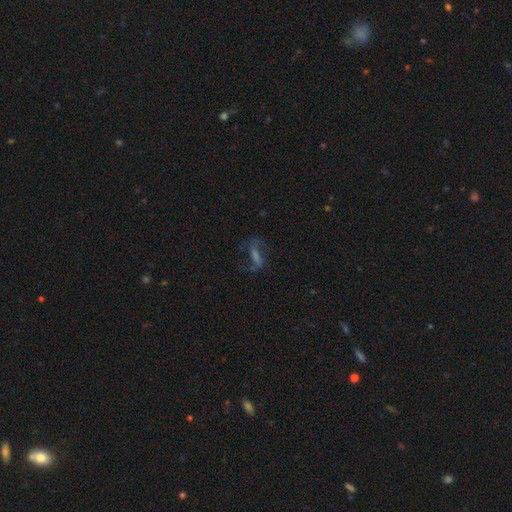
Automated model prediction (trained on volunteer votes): Q: Smooth or featured?
A: featured or disk (62%); runner-up: smooth (19%)
Q: Edge-on disk?
A: no (88%); runner-up: yes (12%)
Q: Bar?
A: strong (43%); runner-up: weak (37%)
Q: Spiral arms?
A: yes (85%); runner-up: no (15%)
Q: Bulge size?
A: none (39%); runner-up: small (29%)
Q: Merging?
A: none (65%); runner-up: major disturbance (17%)